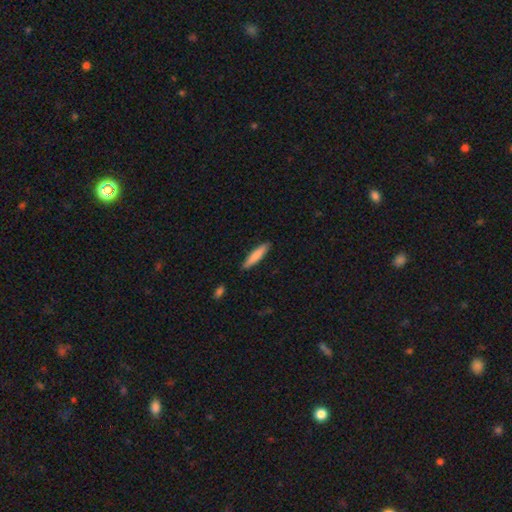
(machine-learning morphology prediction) smooth-or-featured: smooth: 79% | featured or disk: 16% | star or artifact: 5%
  how-rounded: cigar-shaped: 87% | in between: 12% | round: 1%
  merging: none: 89% | minor disturbance: 8% | major disturbance: 2% | merger: 1%